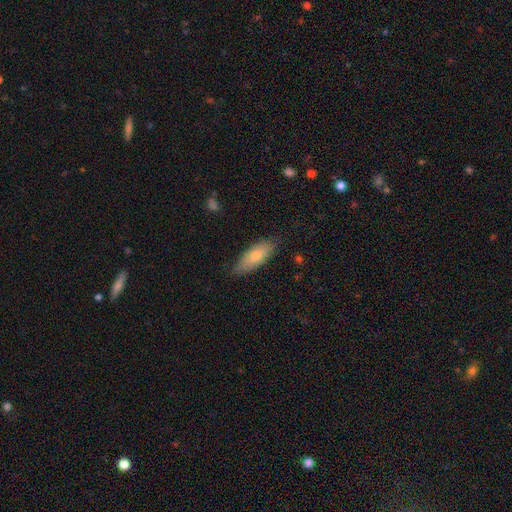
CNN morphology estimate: Smooth or featured? smooth (71%)
How rounded? in between (64%)
Merging? none (81%)